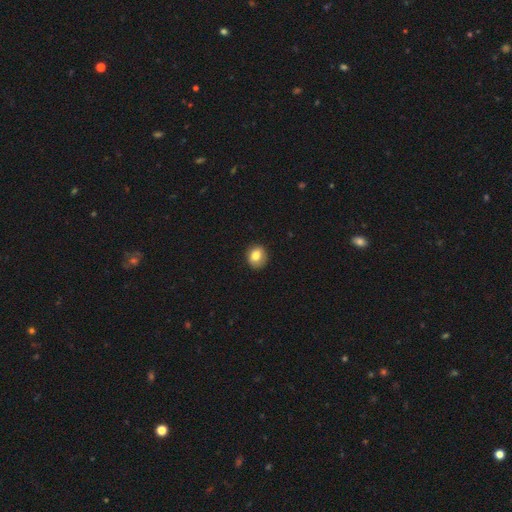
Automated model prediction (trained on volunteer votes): Overall: smooth (79%). How rounded: round (71%). Merging: none (86%).